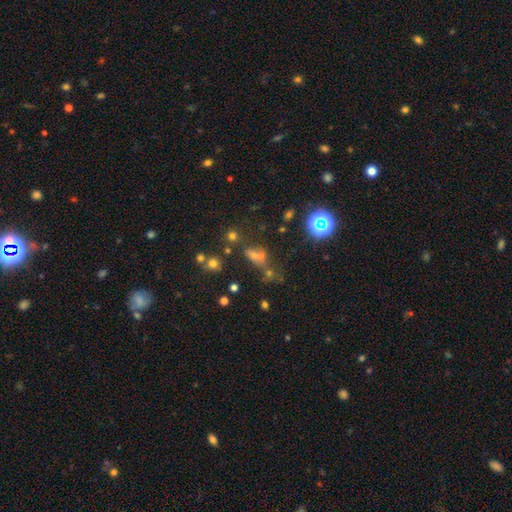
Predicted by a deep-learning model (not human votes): Smooth or featured: star or artifact — 47% (smooth — 37%)